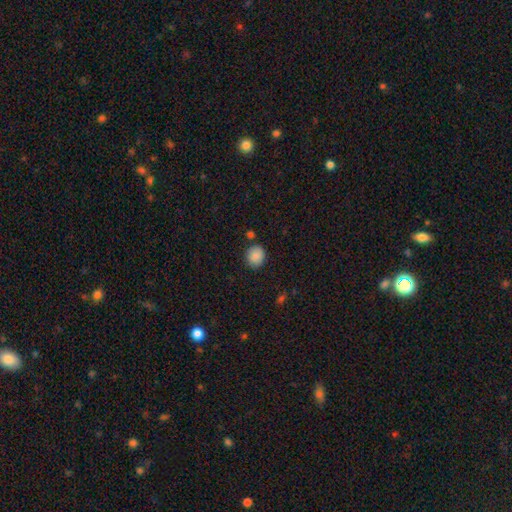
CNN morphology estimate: Smooth or featured: smooth — 87% (star or artifact — 8%)
How rounded: round — 81% (in between — 18%)
Merging: none — 82% (minor disturbance — 11%)